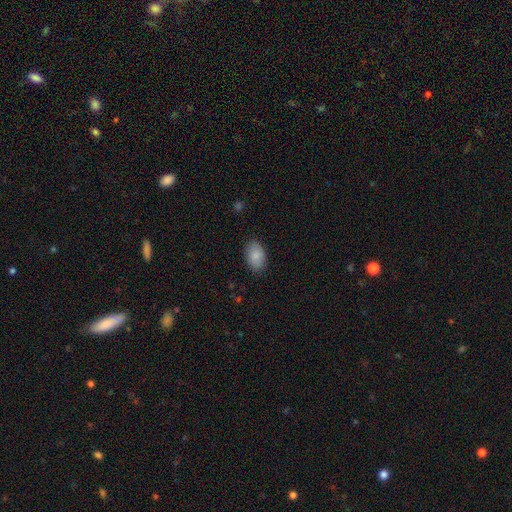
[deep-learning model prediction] Morphology: type=smooth (87%); roundness=in between (90%); merging=none (85%).